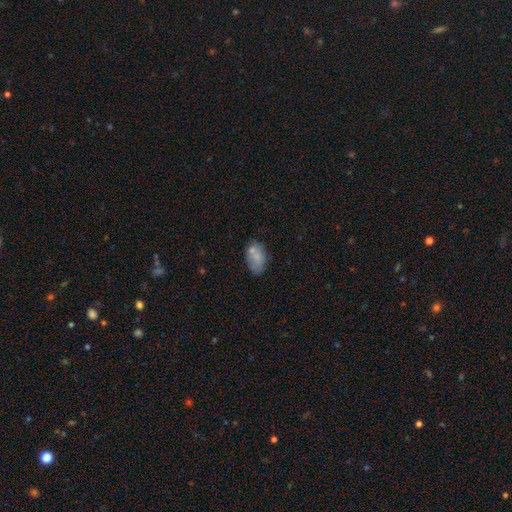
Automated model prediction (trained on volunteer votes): Smooth or featured?
  - smooth: 72% *
  - featured or disk: 19%
  - star or artifact: 8%
How rounded?
  - in between: 90% *
  - round: 8%
  - cigar-shaped: 2%
Merging?
  - none: 56% *
  - minor disturbance: 22%
  - merger: 15%
  - major disturbance: 7%